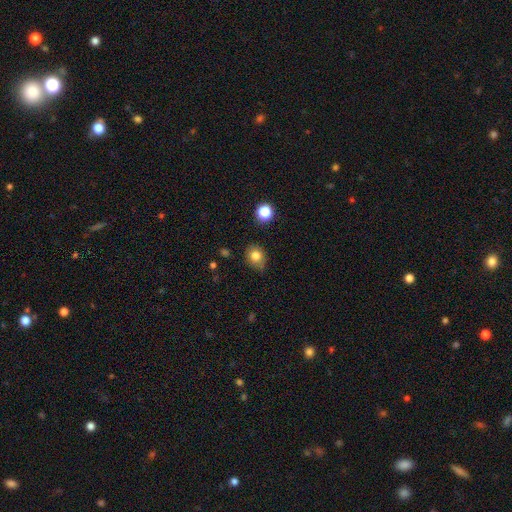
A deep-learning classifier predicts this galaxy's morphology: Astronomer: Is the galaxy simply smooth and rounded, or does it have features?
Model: smooth — 80%.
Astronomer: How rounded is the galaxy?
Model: round — 57% (runner-up: in between, 42%).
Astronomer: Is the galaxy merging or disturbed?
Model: none — 76%.